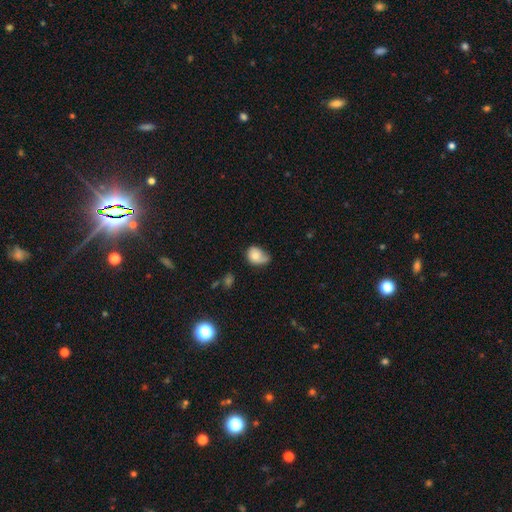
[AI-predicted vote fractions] Morphology: type=smooth (69%); roundness=in between (62%); merging=minor disturbance (42%).